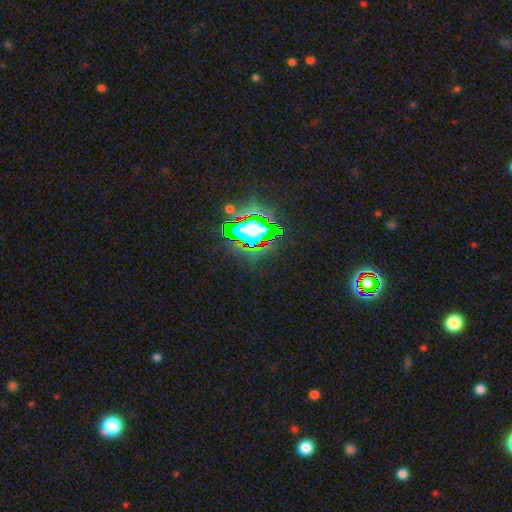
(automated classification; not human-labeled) Smooth or featured? Predicted: star or artifact (p=0.84).